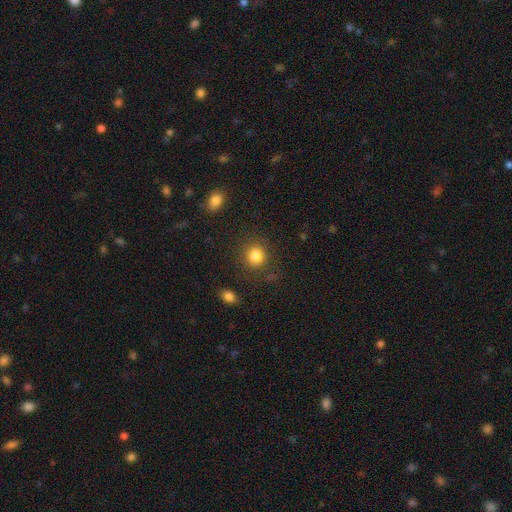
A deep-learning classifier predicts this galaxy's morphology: type=smooth (85%); roundness=round (87%); merging=none (84%).